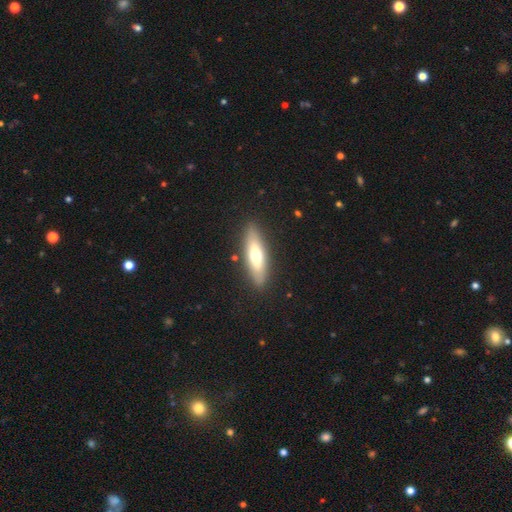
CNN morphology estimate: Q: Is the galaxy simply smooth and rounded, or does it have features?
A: smooth — 57%.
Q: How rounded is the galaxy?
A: cigar-shaped — 58%.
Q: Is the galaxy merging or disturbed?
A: none — 87%.